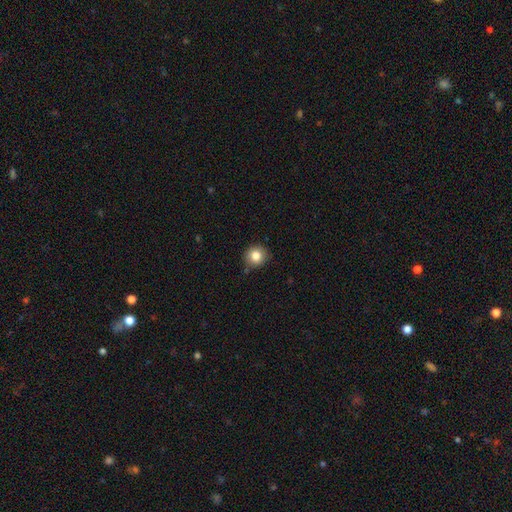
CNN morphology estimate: This appears to be a smooth galaxy with no disk features (82%) that is round (89%). Merging: none (82%).